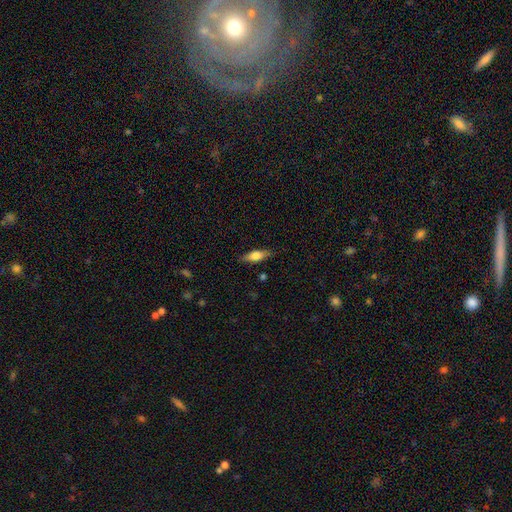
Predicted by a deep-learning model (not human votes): Morphology: type=smooth (62%); roundness=in between (55%); merging=none (83%).